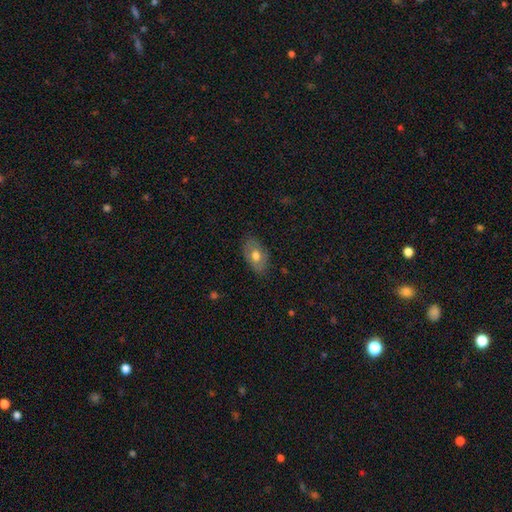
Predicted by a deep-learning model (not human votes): Smooth or featured? smooth (58%)
How rounded? in between (88%)
Merging? none (79%)